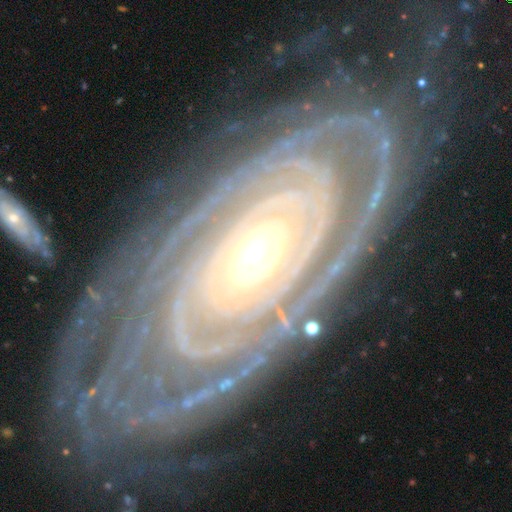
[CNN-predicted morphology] smooth-or-featured: featured or disk: 90% | star or artifact: 5% | smooth: 4%
  disk-edge-on: no: 94% | yes: 6%
    bar: no: 66% | weak: 19% | strong: 15%
    has-spiral-arms: yes: 97% | no: 3%
      spiral-winding: tight: 88% | medium: 10% | loose: 2%
      spiral-arm-count: can't tell: 27% | 2: 25% | more than 4: 16% | 3: 15% | 4: 12% | 1: 6%
    bulge-size: small: 48% | moderate: 46% | large: 4% | dominant: 1% | none: 1%
  merging: none: 76% | minor disturbance: 15% | major disturbance: 7% | merger: 3%